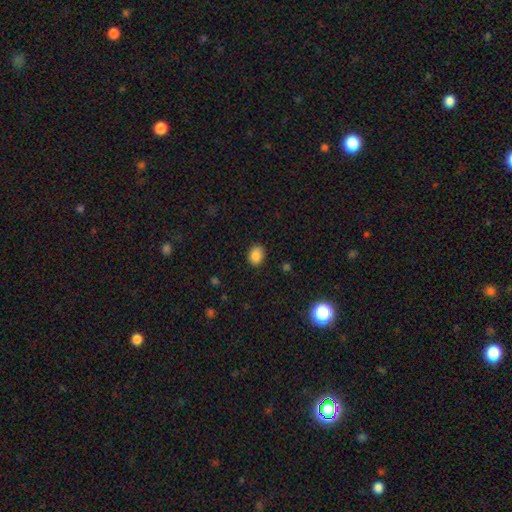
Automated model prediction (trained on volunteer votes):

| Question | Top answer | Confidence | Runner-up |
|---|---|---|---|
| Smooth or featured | smooth | 86% | star or artifact (10%) |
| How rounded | in between | 59% | round (40%) |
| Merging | none | 86% | minor disturbance (11%) |